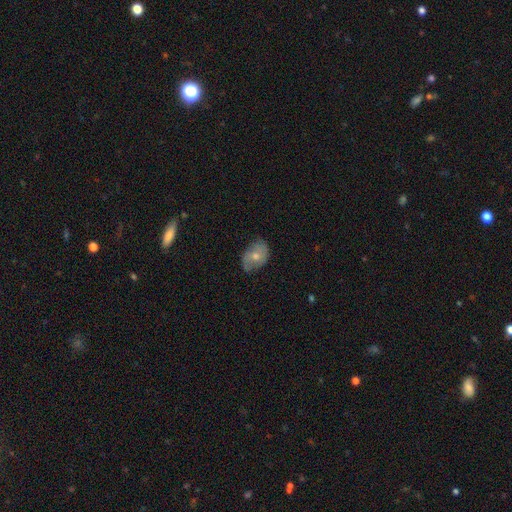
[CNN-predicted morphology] Q: Smooth or featured?
A: smooth (54%); runner-up: featured or disk (38%)
Q: How rounded?
A: in between (78%); runner-up: round (21%)
Q: Merging?
A: none (62%); runner-up: minor disturbance (29%)